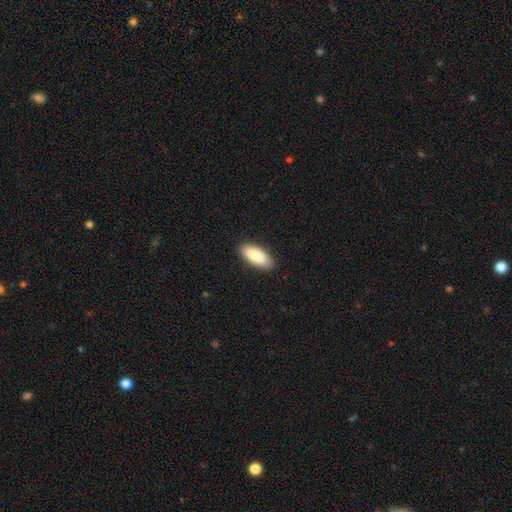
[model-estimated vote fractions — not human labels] The model was most divided on "how rounded": in between: 80%, cigar-shaped: 19%, round: 2%. More confident: merging — none (89%); smooth or featured — smooth (86%).